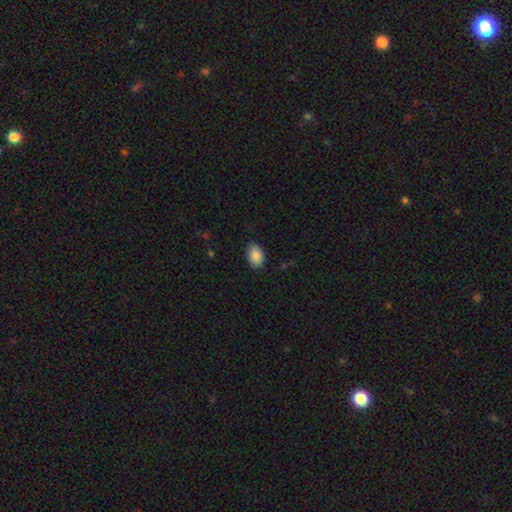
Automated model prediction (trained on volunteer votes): The model was most divided on "merging": none: 78%, minor disturbance: 18%, major disturbance: 3%, merger: 1%. More confident: smooth or featured — smooth (87%); how rounded — in between (86%).